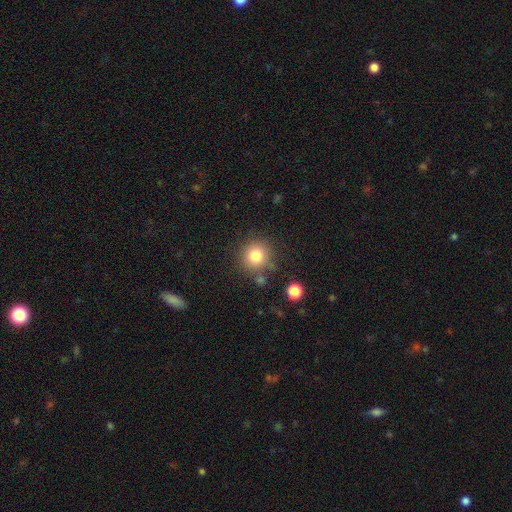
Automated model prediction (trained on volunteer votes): smooth_or_featured: smooth (p=0.80) [alt: star or artifact p=0.12]
how_rounded: round (p=0.92) [alt: in between p=0.07]
merging: none (p=0.78) [alt: minor disturbance p=0.11]